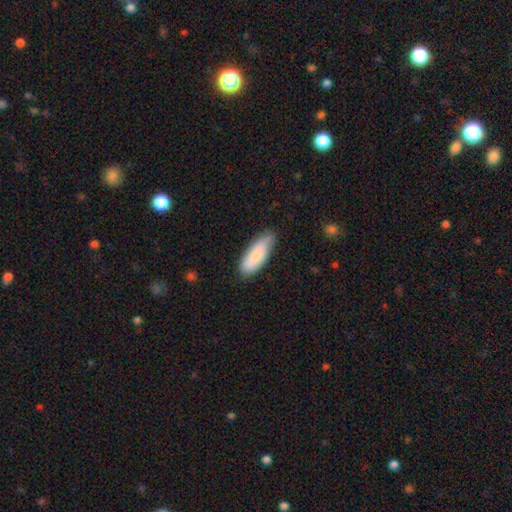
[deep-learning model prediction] A smooth galaxy with no disk features (81%) that is in between round and cigar-shaped (68%).

Vote fractions:
- Smooth or featured? smooth: 81% / featured or disk: 13% / star or artifact: 6%
- How rounded? in between: 68% / cigar-shaped: 30% / round: 2%
- Merging? none: 69% / minor disturbance: 25% / major disturbance: 4% / merger: 2%